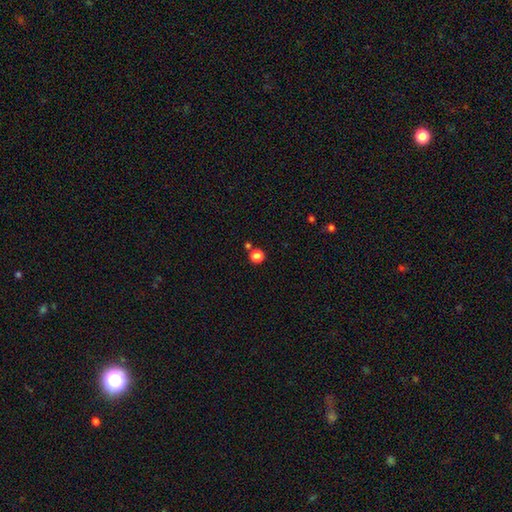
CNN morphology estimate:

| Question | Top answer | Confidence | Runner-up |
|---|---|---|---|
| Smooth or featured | smooth | 82% | star or artifact (15%) |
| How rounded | round | 90% | in between (9%) |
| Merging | none | 81% | merger (11%) |